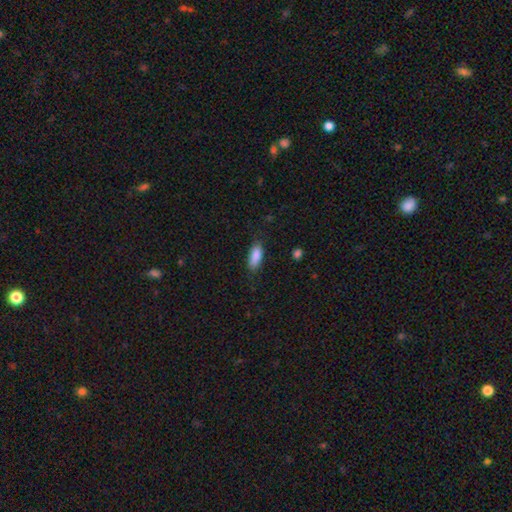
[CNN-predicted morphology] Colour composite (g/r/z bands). It shows a smooth galaxy with no disk features (88%) that is in between round and cigar-shaped (76%). Merging: none (79%).